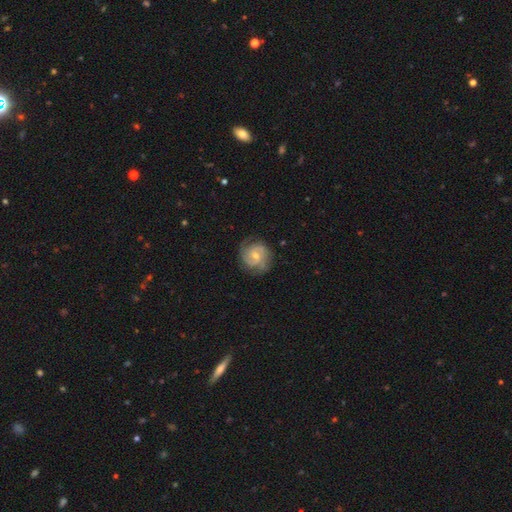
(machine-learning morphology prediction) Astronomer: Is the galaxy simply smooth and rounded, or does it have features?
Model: featured or disk — 83%.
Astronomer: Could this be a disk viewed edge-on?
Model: no — 98%.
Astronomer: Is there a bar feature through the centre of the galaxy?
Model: no — 51% (runner-up: weak, 41%).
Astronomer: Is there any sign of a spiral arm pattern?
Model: yes — 96%.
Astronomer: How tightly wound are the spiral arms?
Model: tight — 51% (runner-up: medium, 40%).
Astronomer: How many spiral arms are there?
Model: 2 — 54%.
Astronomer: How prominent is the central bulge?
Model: small — 51% (runner-up: moderate, 45%).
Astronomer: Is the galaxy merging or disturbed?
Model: none — 77%.